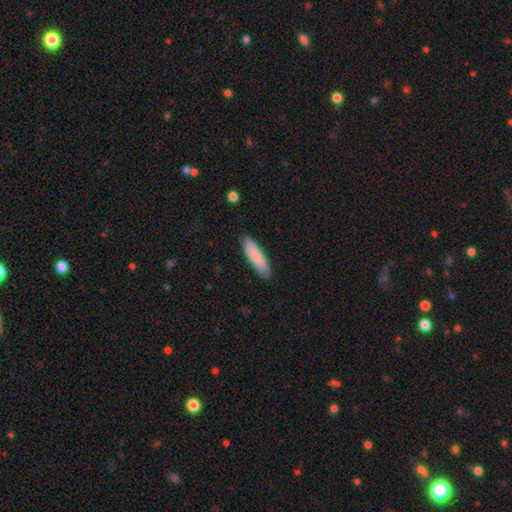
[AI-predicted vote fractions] smooth 84%, featured or disk 11%, star or artifact 5%. Down the decision tree: how rounded — cigar-shaped (67%); merging — none (86%).